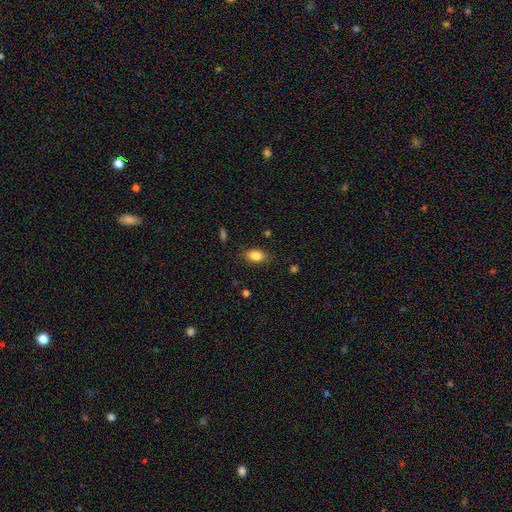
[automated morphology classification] smooth_or_featured: smooth (p=0.83) [alt: featured or disk p=0.08]
how_rounded: in between (p=0.86) [alt: round p=0.11]
merging: none (p=0.83) [alt: minor disturbance p=0.13]